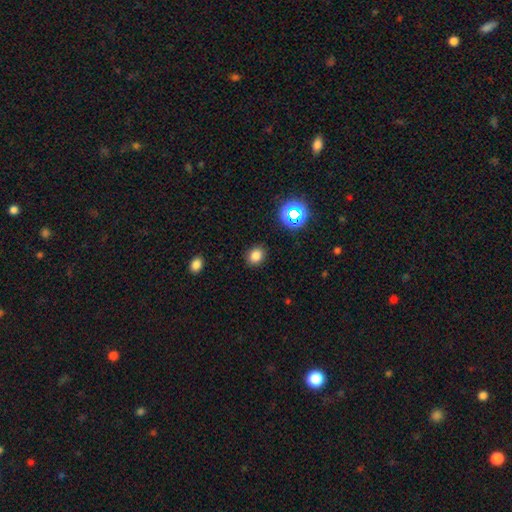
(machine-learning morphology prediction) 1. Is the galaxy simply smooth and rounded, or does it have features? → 79% smooth, 15% star or artifact, 5% featured or disk.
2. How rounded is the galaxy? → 56% round, 43% in between, 1% cigar-shaped.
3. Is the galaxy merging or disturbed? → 88% none, 8% minor disturbance, 3% major disturbance, 1% merger.